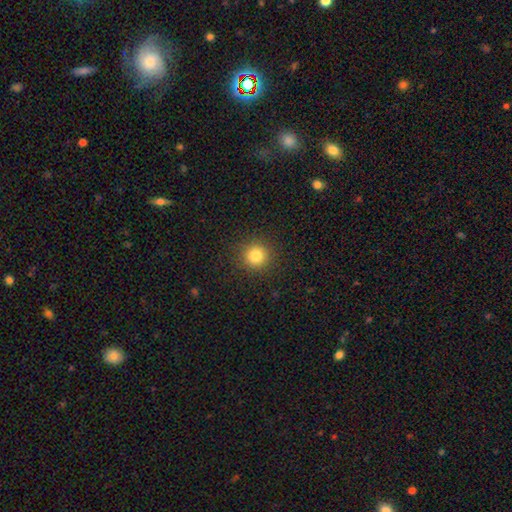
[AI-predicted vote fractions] smooth_or_featured: smooth (p=0.82) [alt: star or artifact p=0.12]
how_rounded: round (p=0.94) [alt: in between p=0.05]
merging: none (p=0.91) [alt: minor disturbance p=0.06]